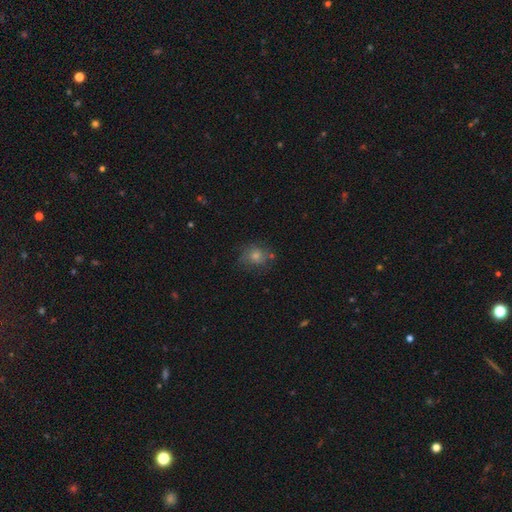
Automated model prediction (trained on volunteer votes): Morphology: type=smooth (53%); roundness=round (78%); merging=none (73%).